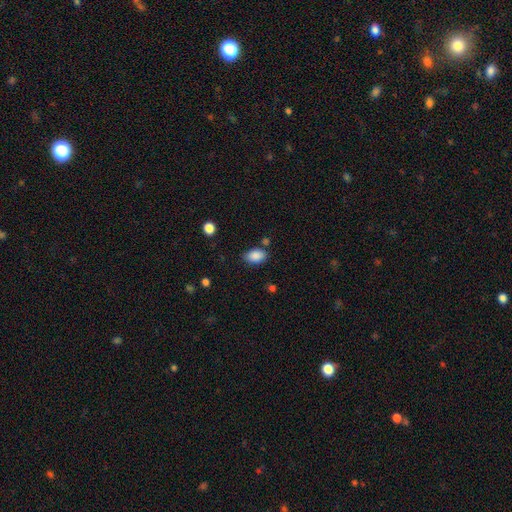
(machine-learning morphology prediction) This is clearly a smooth galaxy (88%). How rounded: clearly in between (88%). Merging: likely none (76%).